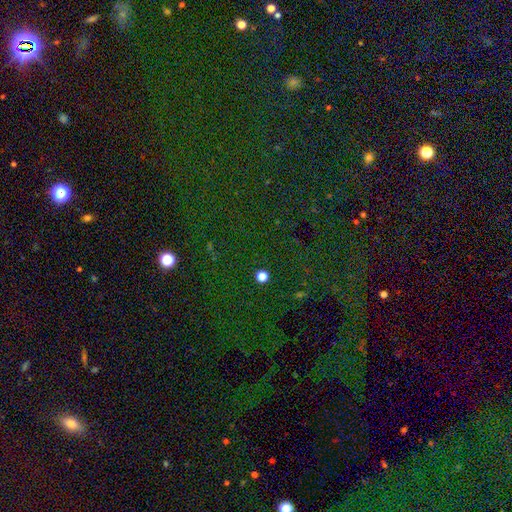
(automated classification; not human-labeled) star or artifact 76%, smooth 15%, featured or disk 9%.